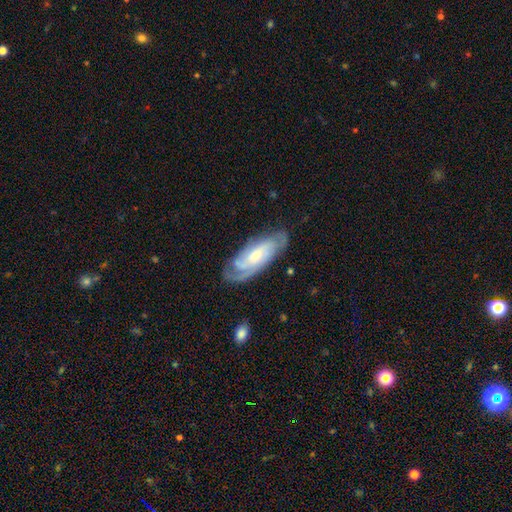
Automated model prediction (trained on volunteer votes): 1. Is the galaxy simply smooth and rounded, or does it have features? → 81% featured or disk, 14% smooth, 5% star or artifact.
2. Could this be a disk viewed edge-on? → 90% no, 10% yes.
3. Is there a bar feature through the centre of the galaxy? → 58% no, 32% weak, 10% strong.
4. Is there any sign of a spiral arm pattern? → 95% yes, 5% no.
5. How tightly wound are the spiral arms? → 59% tight, 33% medium, 8% loose.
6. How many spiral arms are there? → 33% 2, 26% can't tell, 24% 3, 8% 4, 5% 1, 4% more than 4.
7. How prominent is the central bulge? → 56% small, 39% moderate, 2% large, 2% none, 1% dominant.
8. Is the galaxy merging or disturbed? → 76% none, 17% minor disturbance, 5% major disturbance, 1% merger.